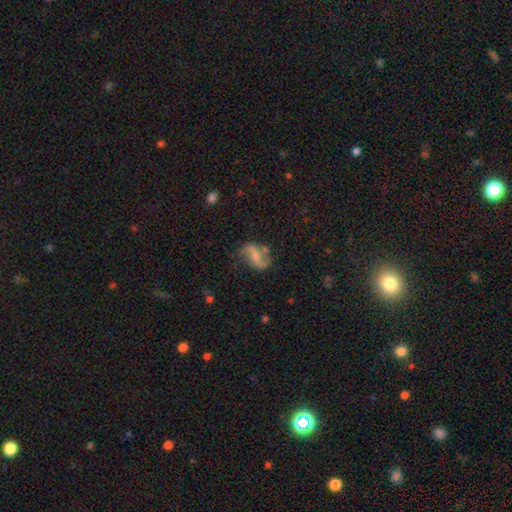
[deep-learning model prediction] smooth-or-featured: featured or disk: 73% | smooth: 19% | star or artifact: 8%
  disk-edge-on: no: 96% | yes: 4%
    bar: weak: 40% | no: 32% | strong: 28%
    has-spiral-arms: yes: 91% | no: 9%
      spiral-winding: loose: 74% | medium: 21% | tight: 6%
      spiral-arm-count: 2: 91% | can't tell: 3% | 1: 3% | 3: 1% | 4: 1% | more than 4: 1%
    bulge-size: small: 40% | moderate: 29% | none: 24% | large: 5% | dominant: 2%
  merging: none: 66% | minor disturbance: 20% | major disturbance: 10% | merger: 5%